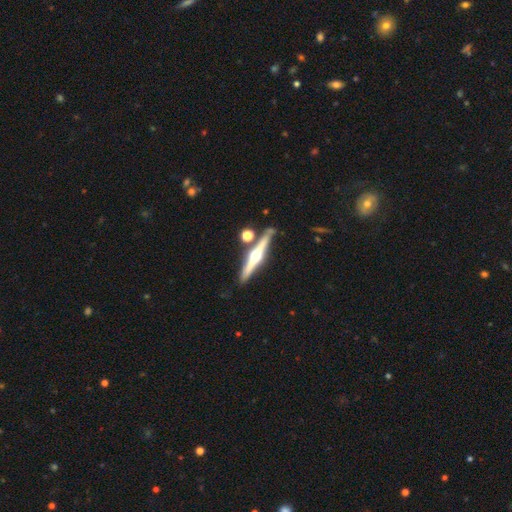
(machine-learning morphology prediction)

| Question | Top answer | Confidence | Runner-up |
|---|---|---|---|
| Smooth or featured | featured or disk | 81% | smooth (13%) |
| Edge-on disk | yes | 98% | no (2%) |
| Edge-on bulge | rounded | 96% | boxy (2%) |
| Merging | none | 82% | minor disturbance (9%) |